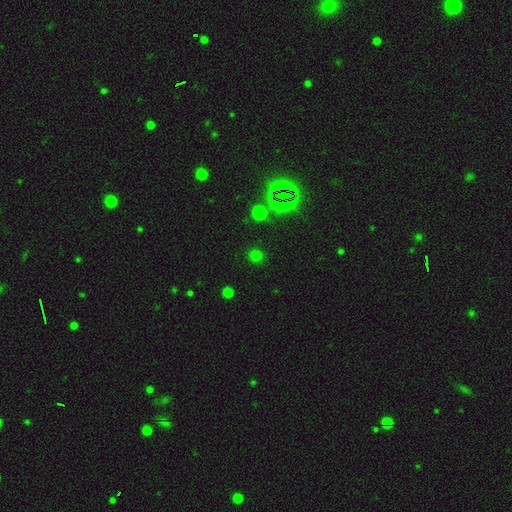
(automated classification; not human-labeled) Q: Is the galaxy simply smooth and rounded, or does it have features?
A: smooth — 63%.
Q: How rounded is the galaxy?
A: round — 91%.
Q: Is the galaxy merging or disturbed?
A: none — 88%.